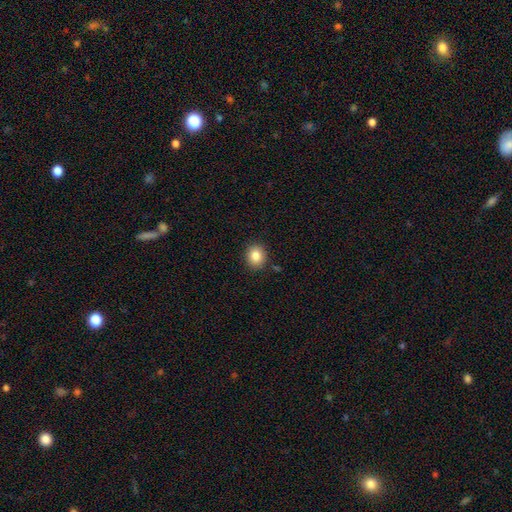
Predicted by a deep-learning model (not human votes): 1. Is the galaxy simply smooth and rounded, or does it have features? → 83% smooth, 10% star or artifact, 7% featured or disk.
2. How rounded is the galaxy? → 74% round, 25% in between, 1% cigar-shaped.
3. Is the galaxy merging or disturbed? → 89% none, 7% minor disturbance, 2% major disturbance, 2% merger.